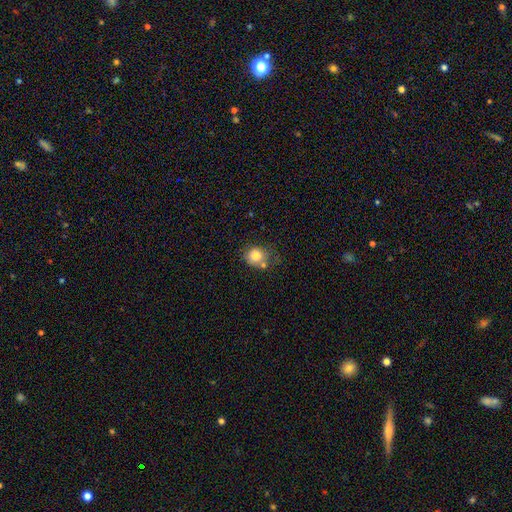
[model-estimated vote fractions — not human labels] This appears to be a smooth galaxy with no disk features (81%) that is round (80%). Merging: none (54%).